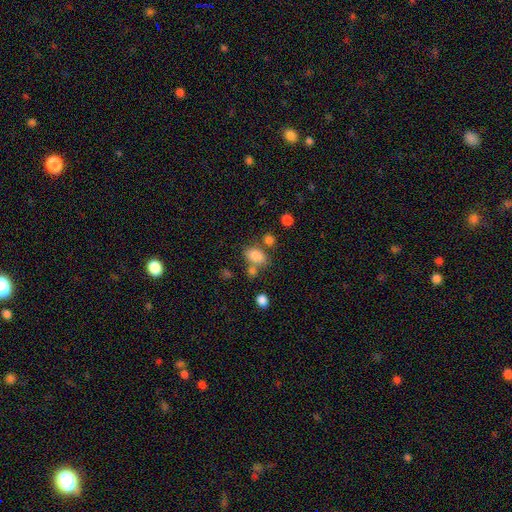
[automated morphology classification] smooth 83%, star or artifact 10%, featured or disk 7%. Down the decision tree: how rounded — in between (84%); merging — none (58%).